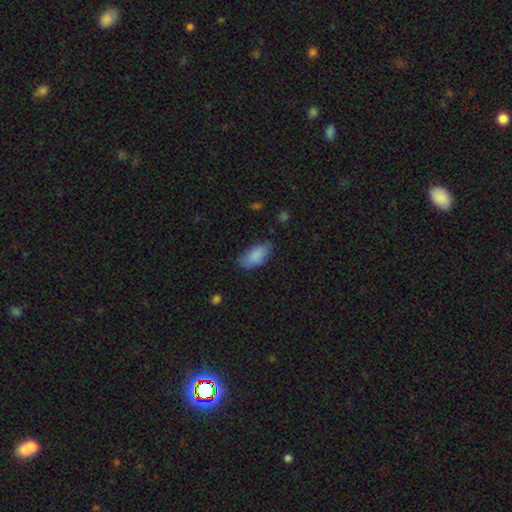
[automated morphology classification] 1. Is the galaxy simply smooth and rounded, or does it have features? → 86% smooth, 7% featured or disk, 6% star or artifact.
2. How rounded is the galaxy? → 93% in between, 5% cigar-shaped, 2% round.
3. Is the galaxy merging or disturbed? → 71% none, 23% minor disturbance, 5% major disturbance, 1% merger.